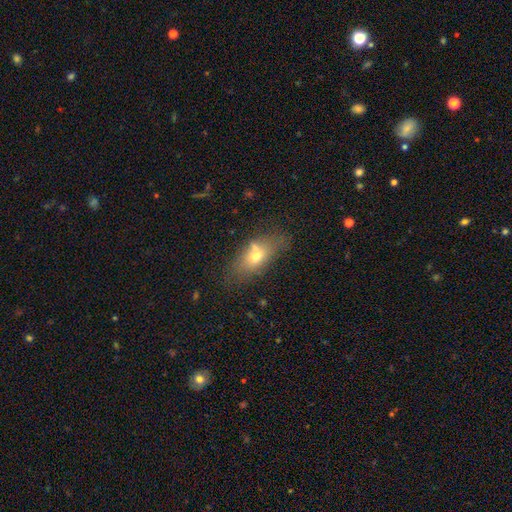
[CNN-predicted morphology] Overall: smooth (61%; featured or disk 27%). How rounded: in between (79%). Merging: none (50%; minor disturbance 23%).